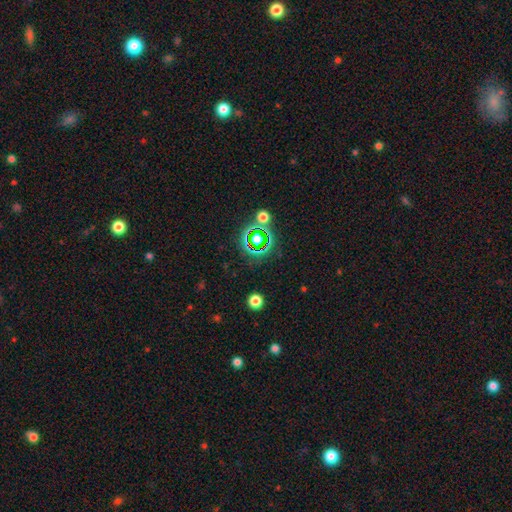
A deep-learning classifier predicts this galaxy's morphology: Smooth or featured?
  - star or artifact: 71% *
  - smooth: 20%
  - featured or disk: 10%